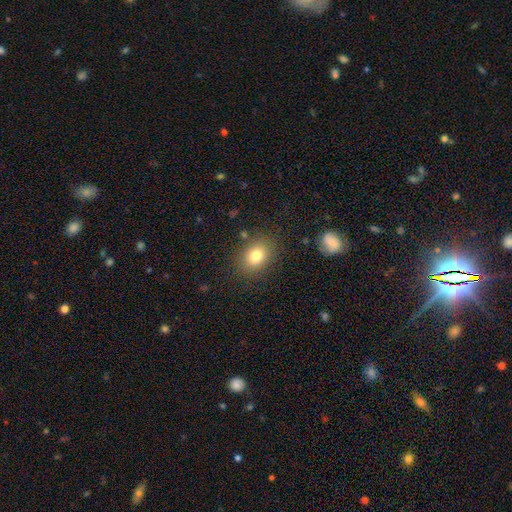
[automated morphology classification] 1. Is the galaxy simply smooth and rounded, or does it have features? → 79% smooth, 11% star or artifact, 9% featured or disk.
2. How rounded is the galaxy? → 58% in between, 41% round, 1% cigar-shaped.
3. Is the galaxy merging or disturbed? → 84% none, 10% minor disturbance, 4% major disturbance, 2% merger.